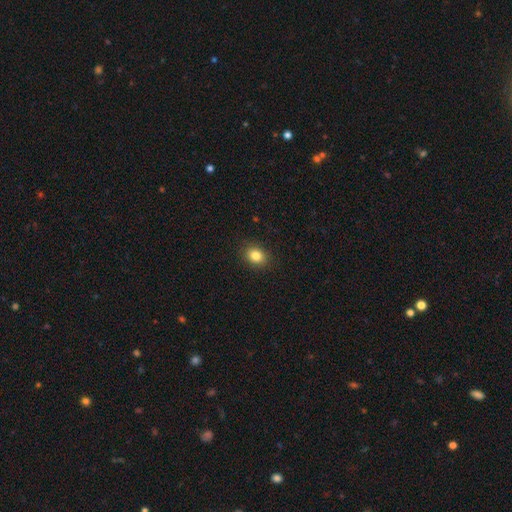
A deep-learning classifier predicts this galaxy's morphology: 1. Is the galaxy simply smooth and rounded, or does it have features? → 83% smooth, 11% star or artifact, 6% featured or disk.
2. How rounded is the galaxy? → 51% in between, 48% round, 1% cigar-shaped.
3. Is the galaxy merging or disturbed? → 89% none, 8% minor disturbance, 2% major disturbance, 1% merger.